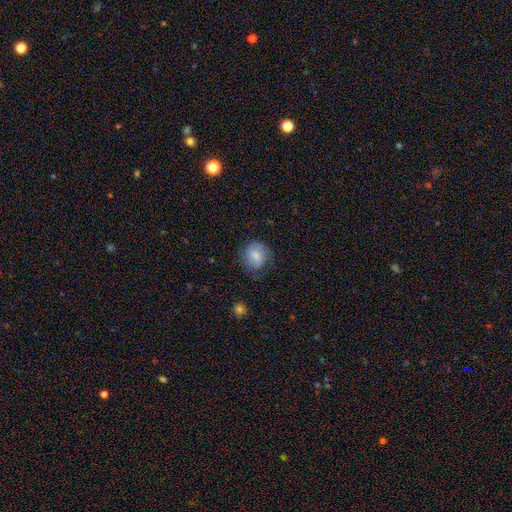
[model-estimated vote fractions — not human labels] smooth_or_featured: smooth (p=0.67) [alt: featured or disk p=0.26]
how_rounded: round (p=0.77) [alt: in between p=0.22]
merging: none (p=0.64) [alt: minor disturbance p=0.24]